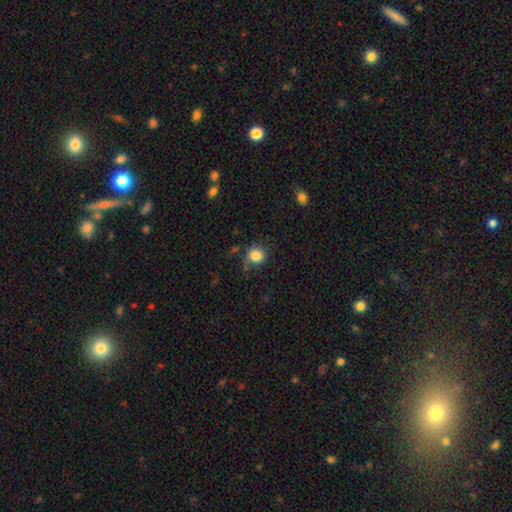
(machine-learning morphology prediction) type=smooth (84%); roundness=round (77%); merging=none (77%).